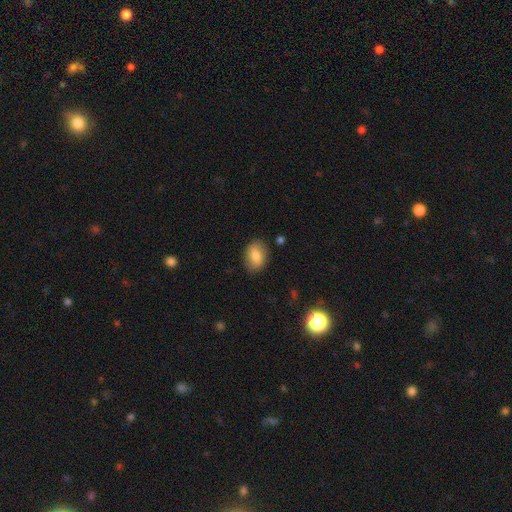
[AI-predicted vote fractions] The model was most divided on "how rounded": in between: 75%, round: 24%, cigar-shaped: 1%. More confident: merging — none (84%); smooth or featured — smooth (78%).